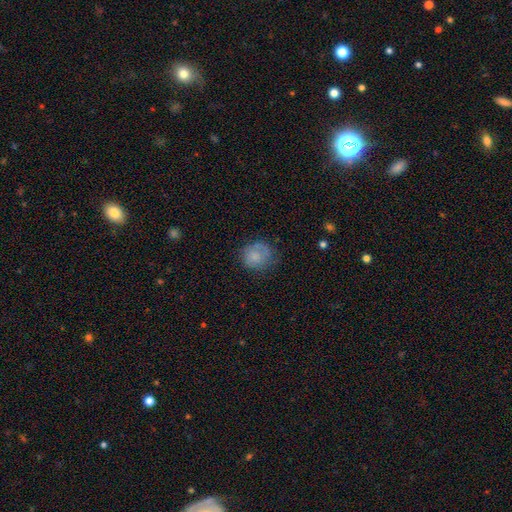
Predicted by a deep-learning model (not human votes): This is likely a smooth galaxy (71%). How rounded: likely round (79%). Merging: possibly none (60%).